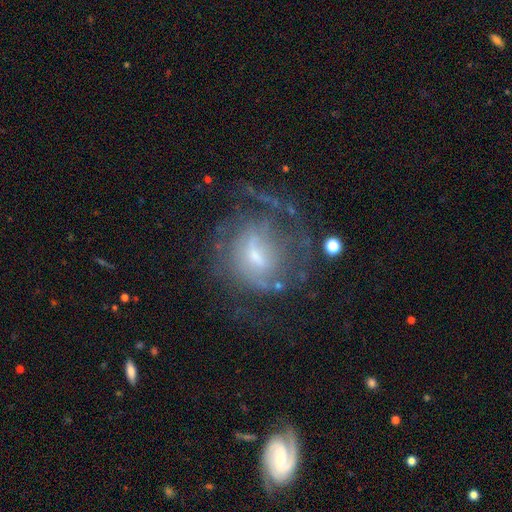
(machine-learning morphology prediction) type=featured or disk (70%); edge-on=no (96%); bar=weak (51%); spiral arms=yes (71%); bulge=small (52%); merging=none (49%).